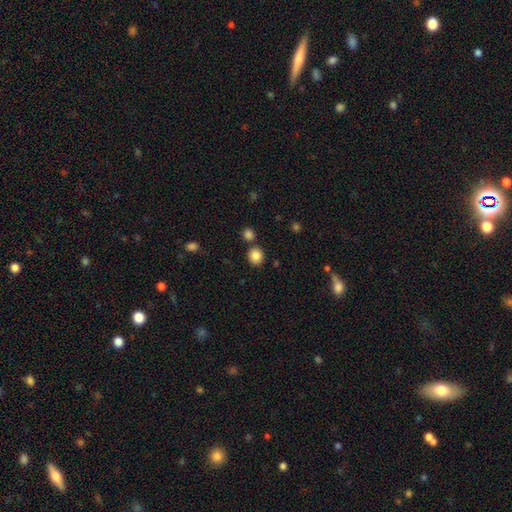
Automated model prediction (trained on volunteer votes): Smooth or featured? Predicted: smooth (p=0.85). How rounded? Predicted: round (p=0.83). Merging? Predicted: none (p=0.79).